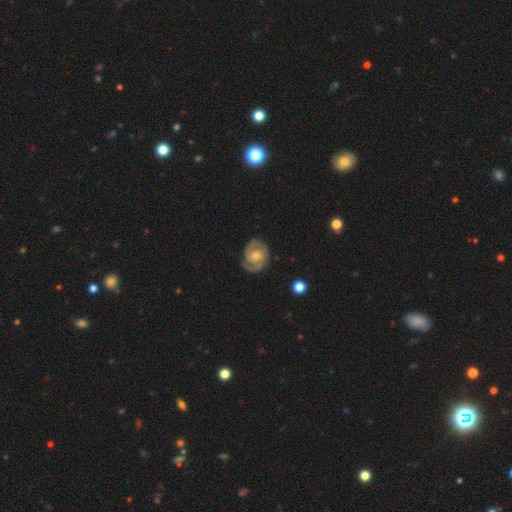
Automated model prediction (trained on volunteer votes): Overall: featured or disk (81%). Edge-on disk: no (97%). Bar: no (58%; weak 35%). Spiral arms: yes (94%). Spiral arm count: 2 (62%). Spiral winding: tight (54%; medium 37%). Bulge size: moderate (54%; small 41%). Merging: none (75%).